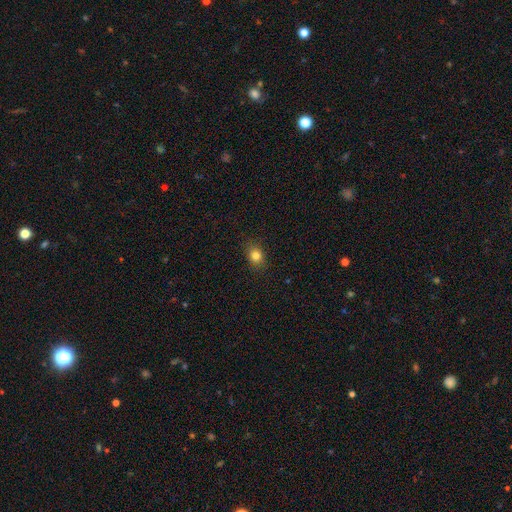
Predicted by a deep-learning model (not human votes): smooth_or_featured: smooth (p=0.82) [alt: star or artifact p=0.12]
how_rounded: in between (p=0.52) [alt: round p=0.47]
merging: none (p=0.86) [alt: minor disturbance p=0.10]